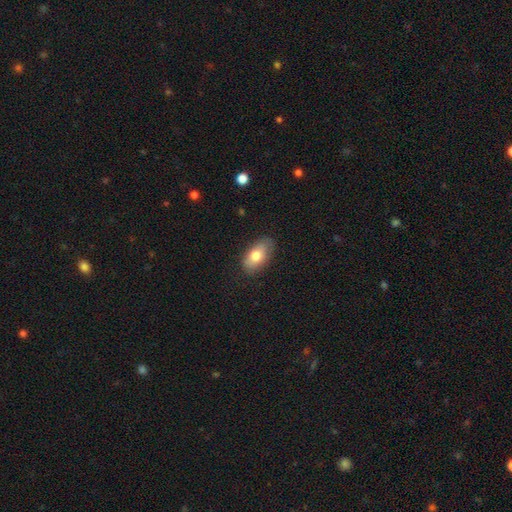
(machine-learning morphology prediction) Q: Smooth or featured?
A: smooth (76%); runner-up: featured or disk (17%)
Q: How rounded?
A: in between (91%); runner-up: round (5%)
Q: Merging?
A: none (81%); runner-up: minor disturbance (15%)